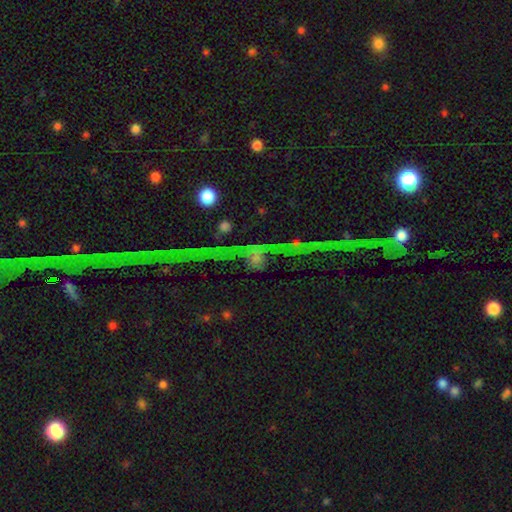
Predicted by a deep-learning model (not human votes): smooth_or_featured: star or artifact (p=0.40) [alt: featured or disk p=0.32]